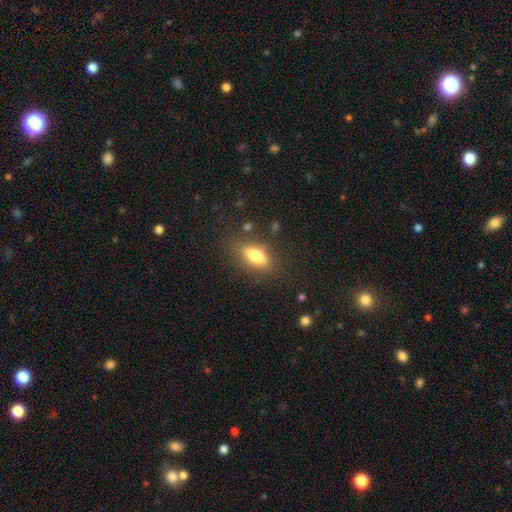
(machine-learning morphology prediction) type=smooth (68%); roundness=in between (75%); merging=none (81%).